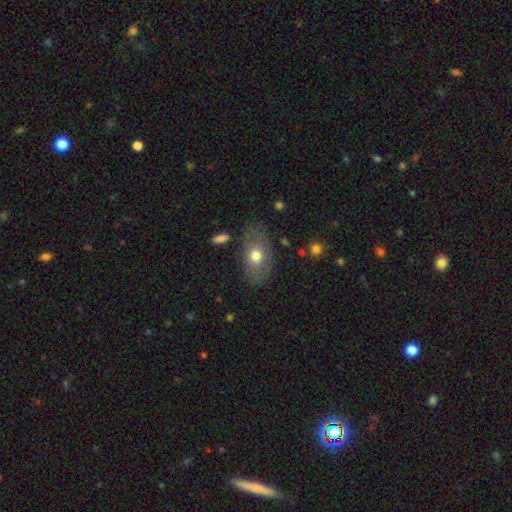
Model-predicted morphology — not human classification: type=smooth (62%); roundness=in between (87%); merging=none (74%).